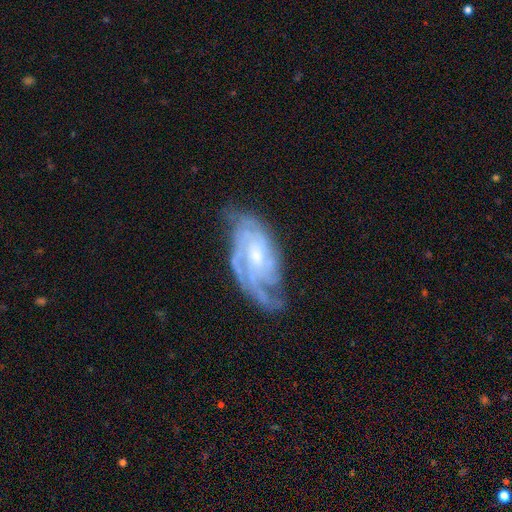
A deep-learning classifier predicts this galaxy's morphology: The model was most divided on "spiral arm count" (2-way tie): can't tell: 27%, 3: 27%, 2: 19%, 4: 15%, 1: 6%, more than 4: 6%. Remaining: spiral arms — yes (96%); edge-on disk — no (96%); smooth or featured — featured or disk (87%); bar — no (61%); merging — none (60%); spiral winding — tight (60%); bulge size — moderate (46%).